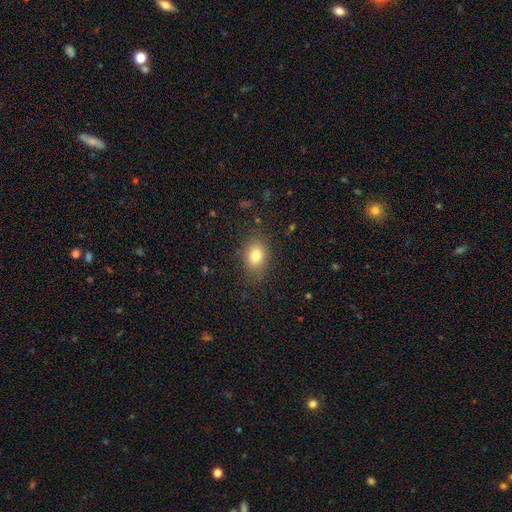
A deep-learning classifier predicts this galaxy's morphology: A smooth galaxy with no disk features (79%) that is in between round and cigar-shaped (65%).

Vote fractions:
- Smooth or featured? smooth: 79% / star or artifact: 11% / featured or disk: 10%
- How rounded? in between: 65% / round: 34% / cigar-shaped: 1%
- Merging? none: 77% / minor disturbance: 16% / major disturbance: 5% / merger: 1%